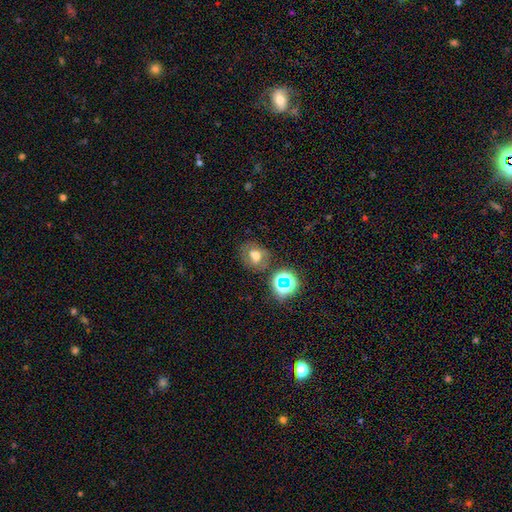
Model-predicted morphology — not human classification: A smooth galaxy with no disk features (53%) that is round (59%).

Vote fractions:
- Smooth or featured? smooth: 53% / featured or disk: 27% / star or artifact: 20%
- How rounded? round: 59% / in between: 40% / cigar-shaped: 1%
- Merging? none: 69% / minor disturbance: 17% / major disturbance: 7% / merger: 7%